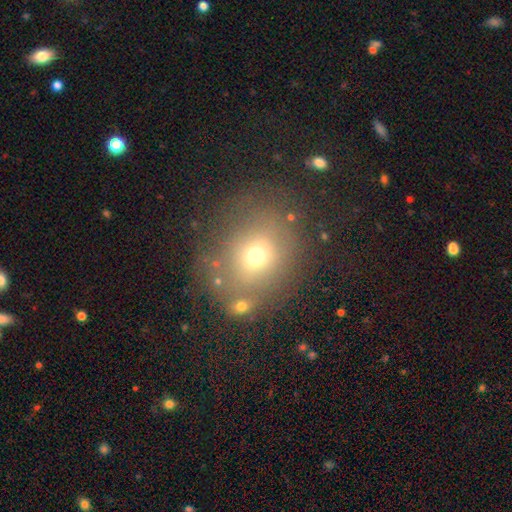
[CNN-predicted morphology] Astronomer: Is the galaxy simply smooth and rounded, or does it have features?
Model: smooth — 63%.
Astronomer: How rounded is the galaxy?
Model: round — 70%.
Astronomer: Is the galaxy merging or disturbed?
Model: none — 72%.